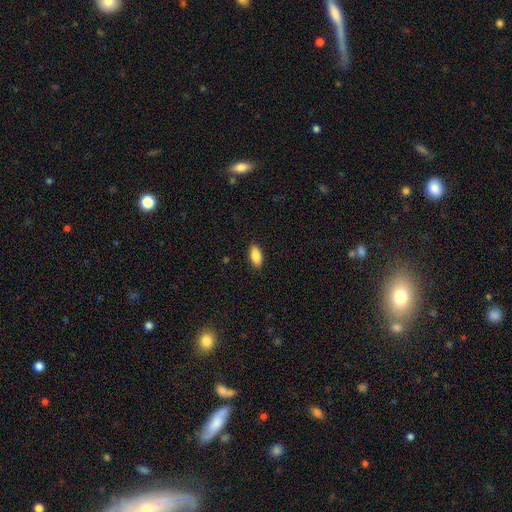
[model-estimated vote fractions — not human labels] Smooth or featured: smooth — 86% (featured or disk — 8%)
How rounded: in between — 84% (cigar-shaped — 14%)
Merging: none — 89% (minor disturbance — 8%)